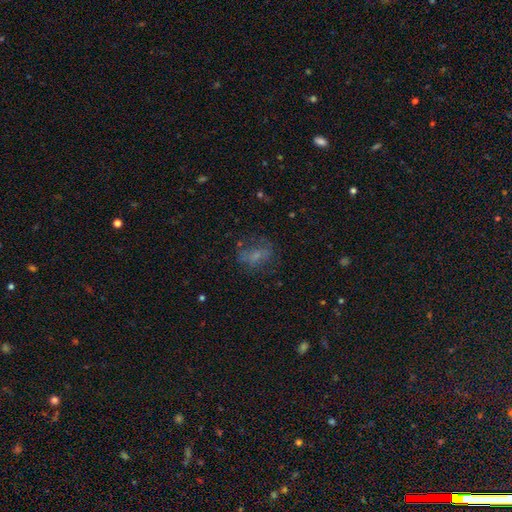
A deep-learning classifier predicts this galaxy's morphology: This is possibly a smooth galaxy (50%). How rounded: likely in between (67%). Merging: possibly none (55%).